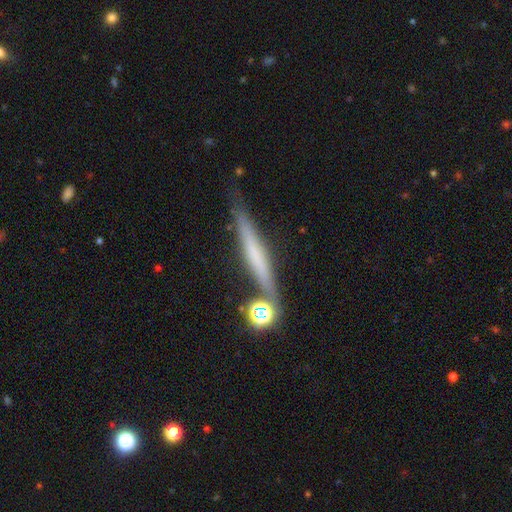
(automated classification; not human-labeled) This is possibly a featured or disk galaxy (51%). It is clearly viewed edge-on (93%). Merging: likely none (70%).